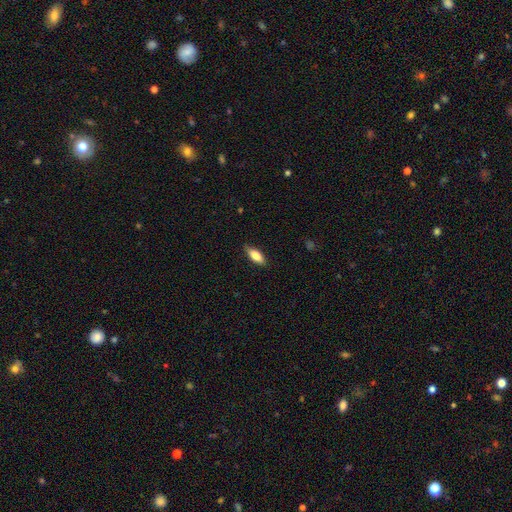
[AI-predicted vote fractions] A smooth galaxy with no disk features (77%) that is in between round and cigar-shaped (72%). Merging: none (84%).